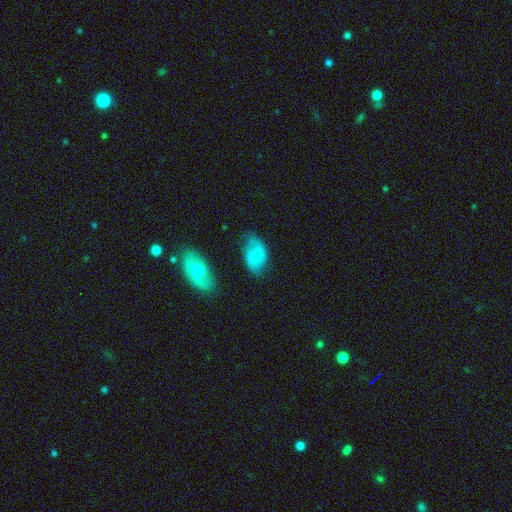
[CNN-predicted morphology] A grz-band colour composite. It shows a smooth galaxy with no disk features (64%) that is in between round and cigar-shaped (91%). Merging: none (53%).